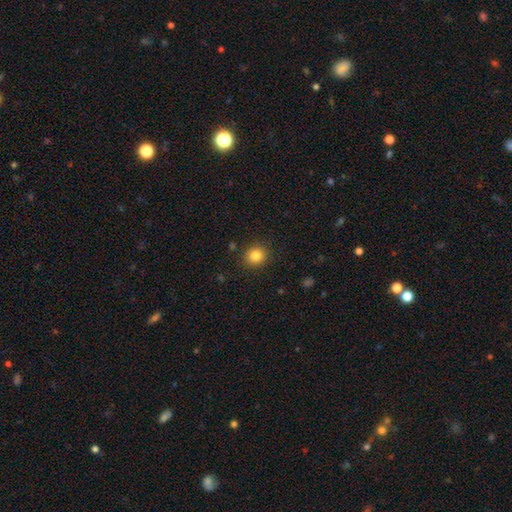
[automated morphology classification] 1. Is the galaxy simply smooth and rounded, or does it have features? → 84% smooth, 11% star or artifact, 5% featured or disk.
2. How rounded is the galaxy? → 87% round, 12% in between, 1% cigar-shaped.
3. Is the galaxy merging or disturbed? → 89% none, 7% minor disturbance, 2% major disturbance, 1% merger.